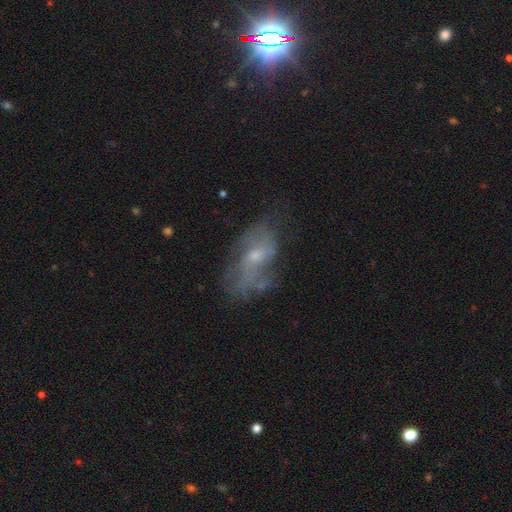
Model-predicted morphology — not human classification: A featured or disk galaxy (62%) with no bar (64%), spiral arms (60%) and a small central bulge (53%).

Vote fractions:
- Smooth or featured? featured or disk: 62% / smooth: 26% / star or artifact: 12%
- Edge-on disk? no: 94% / yes: 6%
- Bar? no: 64% / weak: 31% / strong: 5%
- Spiral arms? yes: 60% / no: 40%
- Bulge size? small: 53% / moderate: 36% / none: 8% / large: 2% / dominant: 1%
- Merging? none: 48% / minor disturbance: 24% / major disturbance: 23% / merger: 5%